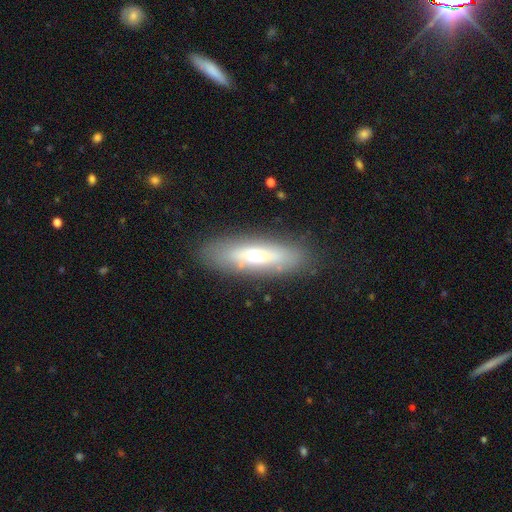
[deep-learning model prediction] This is possibly a smooth galaxy (54%). How rounded: possibly in between (50%). Merging: clearly none (82%).